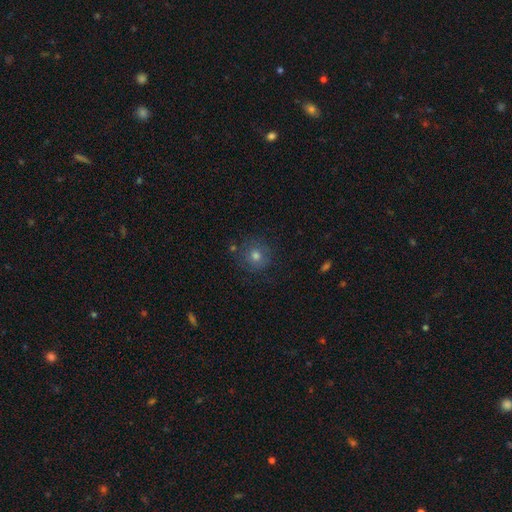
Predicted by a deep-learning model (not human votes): A smooth galaxy with no disk features (70%) that is round (92%).

Vote fractions:
- Smooth or featured? smooth: 70% / star or artifact: 15% / featured or disk: 14%
- How rounded? round: 92% / in between: 7% / cigar-shaped: 1%
- Merging? none: 81% / minor disturbance: 12% / major disturbance: 4% / merger: 3%